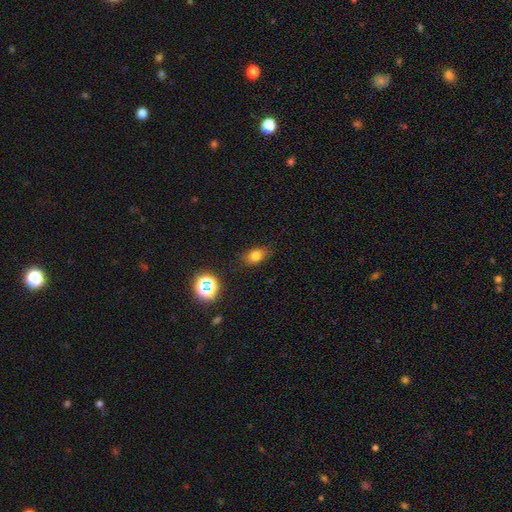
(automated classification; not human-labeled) The model was most divided on "how rounded": in between: 73%, round: 25%, cigar-shaped: 2%. More confident: merging — none (81%); smooth or featured — smooth (76%).